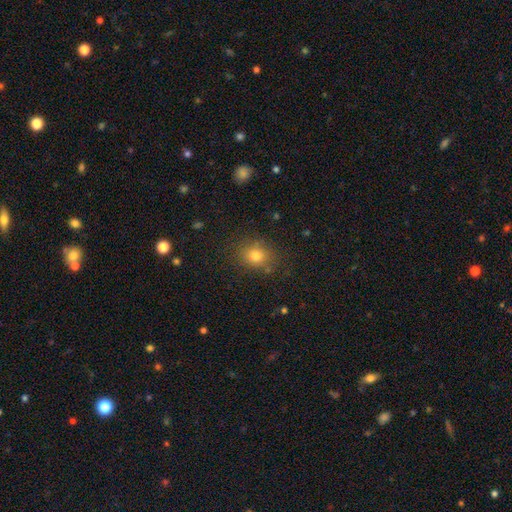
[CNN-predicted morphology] This is likely a smooth galaxy (78%). How rounded: likely round (66%). Merging: clearly none (81%).